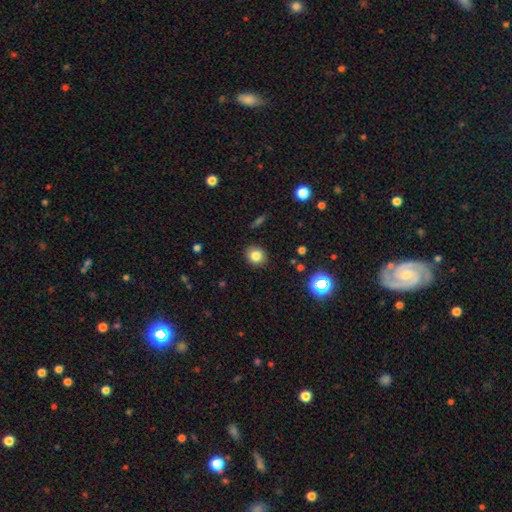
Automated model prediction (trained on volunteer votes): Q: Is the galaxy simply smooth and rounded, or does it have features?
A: smooth — 81%.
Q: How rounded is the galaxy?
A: round — 78%.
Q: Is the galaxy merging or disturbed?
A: none — 88%.